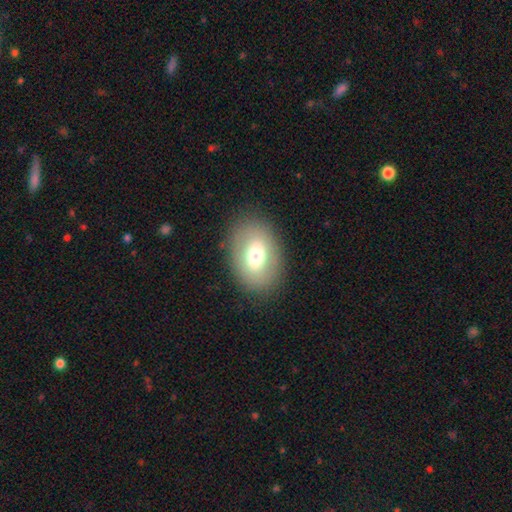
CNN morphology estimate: smooth 63%, featured or disk 28%, star or artifact 9%. Down the decision tree: how rounded — in between (81%); merging — none (84%).